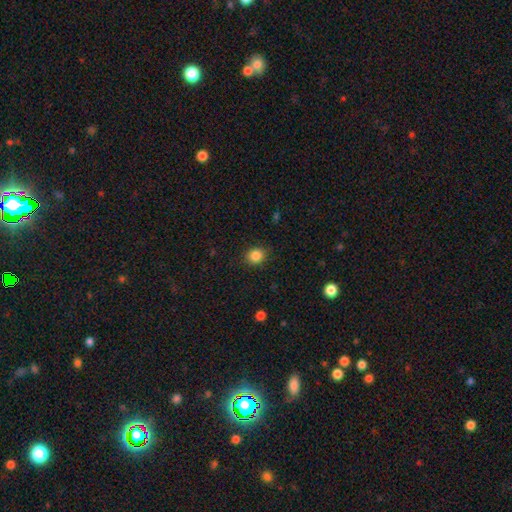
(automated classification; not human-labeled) Smooth or featured?
  - smooth: 86% *
  - star or artifact: 10%
  - featured or disk: 4%
How rounded?
  - round: 76% *
  - in between: 23%
  - cigar-shaped: 1%
Merging?
  - none: 88% *
  - minor disturbance: 9%
  - major disturbance: 3%
  - merger: 1%